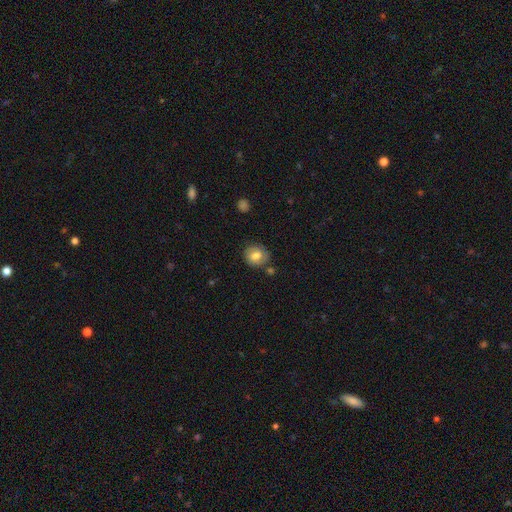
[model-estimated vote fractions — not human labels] This appears to be a smooth galaxy with no disk features (77%) that is round (80%). Merging: none (78%).